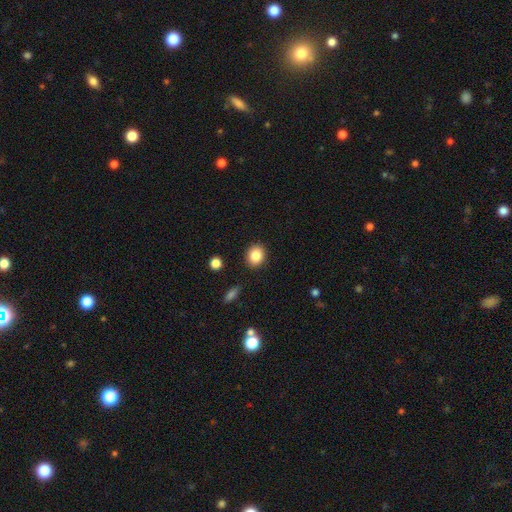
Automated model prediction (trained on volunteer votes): smooth_or_featured: smooth (p=0.85) [alt: star or artifact p=0.09]
how_rounded: round (p=0.66) [alt: in between p=0.33]
merging: none (p=0.89) [alt: minor disturbance p=0.07]